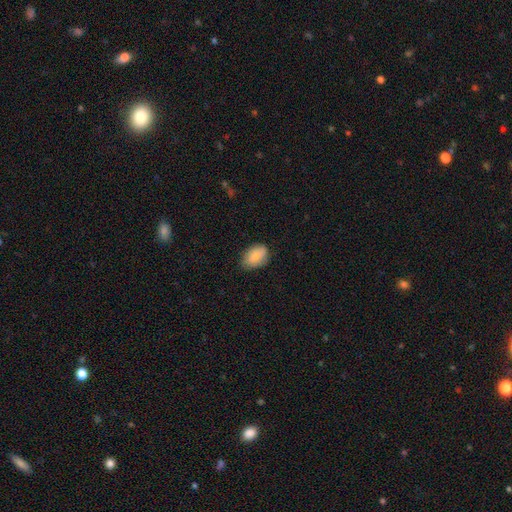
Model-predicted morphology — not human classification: The model was most divided on "merging": none: 75%, minor disturbance: 21%, major disturbance: 4%, merger: 1%. More confident: how rounded — in between (89%); smooth or featured — smooth (83%).